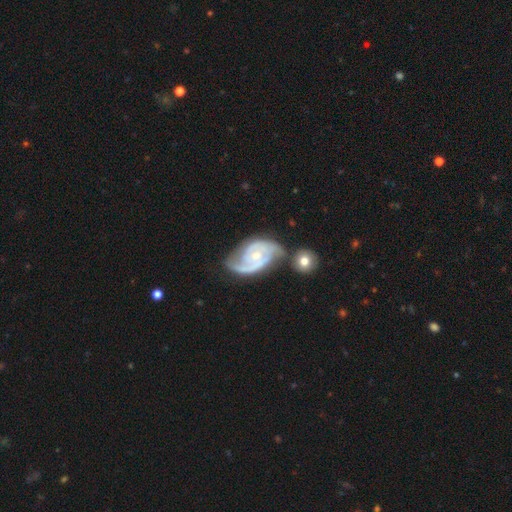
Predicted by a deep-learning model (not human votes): Smooth or featured? Predicted: featured or disk (p=0.89). Edge-on disk? Predicted: no (p=0.97). Bar? Predicted: no (p=0.64). Spiral arms? Predicted: yes (p=0.97). Spiral winding? Predicted: tight (p=0.46). Spiral arm count? Predicted: 2 (p=0.72). Bulge size? Predicted: small (p=0.54). Merging? Predicted: none (p=0.52).